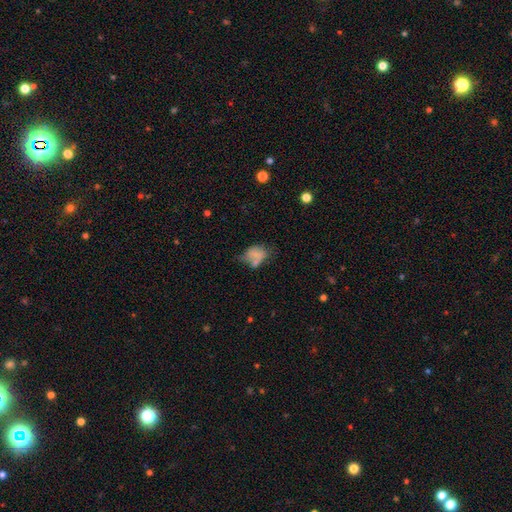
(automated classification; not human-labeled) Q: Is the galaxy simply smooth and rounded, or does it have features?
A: smooth — 67%.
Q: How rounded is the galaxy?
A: in between — 76%.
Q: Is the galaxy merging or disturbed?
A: none — 31%.